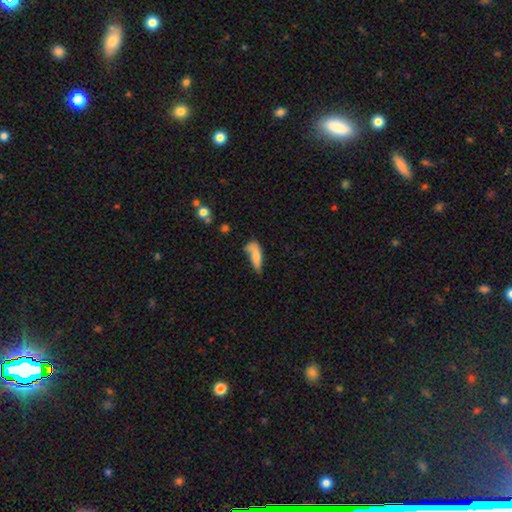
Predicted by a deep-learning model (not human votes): The model was most divided on "merging" (2-way tie): none: 33%, minor disturbance: 33%, major disturbance: 25%, merger: 9%. More confident: smooth or featured — smooth (69%); how rounded — in between (56%).